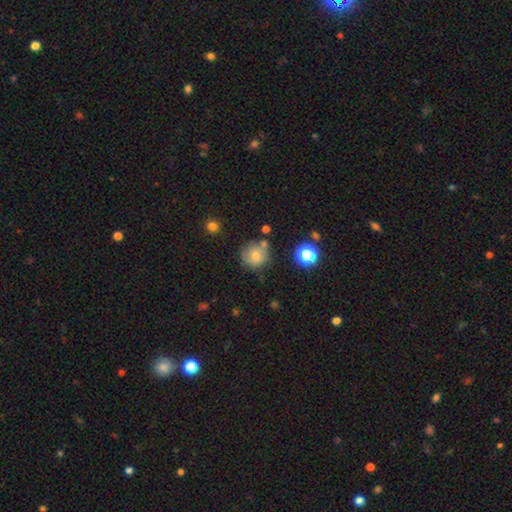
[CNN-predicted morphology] Q: Smooth or featured?
A: smooth (74%); runner-up: star or artifact (13%)
Q: How rounded?
A: round (91%); runner-up: in between (8%)
Q: Merging?
A: none (70%); runner-up: minor disturbance (15%)